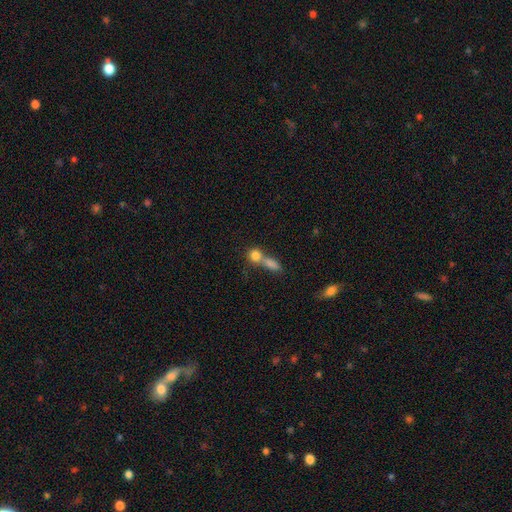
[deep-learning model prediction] Smooth or featured?
  - smooth: 80% *
  - featured or disk: 11%
  - star or artifact: 10%
How rounded?
  - round: 68% *
  - in between: 26%
  - cigar-shaped: 6%
Merging?
  - merger: 57% *
  - none: 31%
  - minor disturbance: 7%
  - major disturbance: 5%